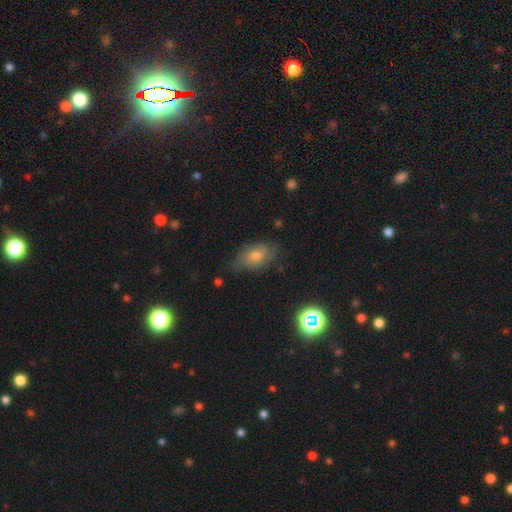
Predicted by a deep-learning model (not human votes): Overall: featured or disk (44%; smooth 39%). Merging: none (65%; minor disturbance 25%).